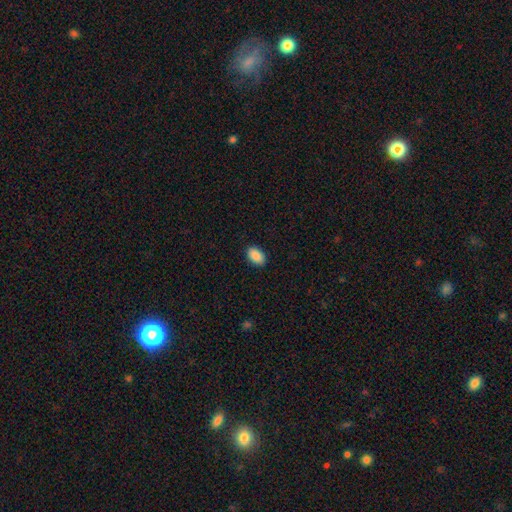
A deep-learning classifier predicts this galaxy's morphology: smooth_or_featured: smooth (p=0.89) [alt: star or artifact p=0.07]
how_rounded: in between (p=0.90) [alt: round p=0.08]
merging: none (p=0.89) [alt: minor disturbance p=0.08]